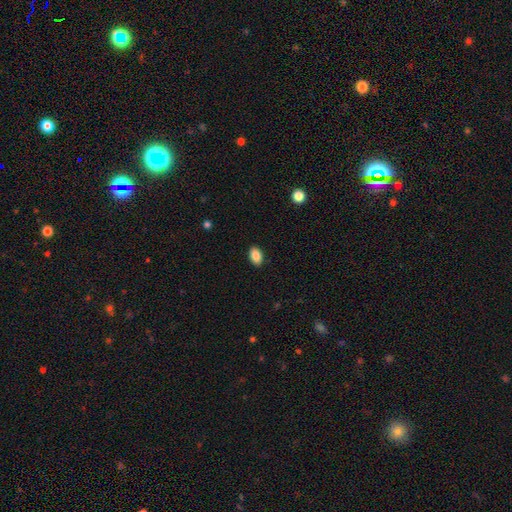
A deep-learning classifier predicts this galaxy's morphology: smooth_or_featured: smooth (p=0.88) [alt: star or artifact p=0.08]
how_rounded: in between (p=0.90) [alt: round p=0.09]
merging: none (p=0.89) [alt: minor disturbance p=0.08]